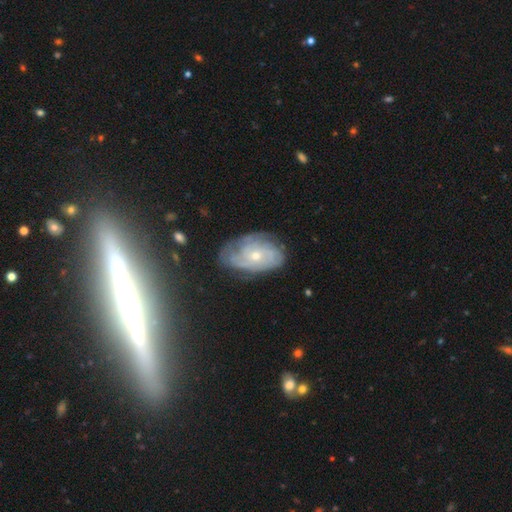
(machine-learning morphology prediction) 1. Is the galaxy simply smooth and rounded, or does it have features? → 75% featured or disk, 18% smooth, 7% star or artifact.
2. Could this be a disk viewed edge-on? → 95% no, 5% yes.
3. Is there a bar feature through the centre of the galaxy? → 79% no, 18% weak, 3% strong.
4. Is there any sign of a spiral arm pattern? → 88% yes, 12% no.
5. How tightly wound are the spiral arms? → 62% tight, 28% medium, 10% loose.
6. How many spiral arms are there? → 50% can't tell, 15% 3, 12% 4, 12% 2, 6% more than 4, 5% 1.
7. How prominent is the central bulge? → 56% small, 40% moderate, 1% large, 1% none, 1% dominant.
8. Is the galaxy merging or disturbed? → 66% none, 24% minor disturbance, 9% major disturbance, 2% merger.